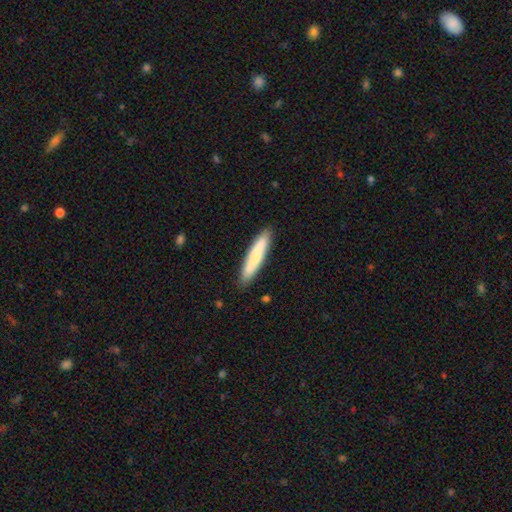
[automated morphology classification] Overall: smooth (74%). How rounded: cigar-shaped (91%). Merging: none (89%).